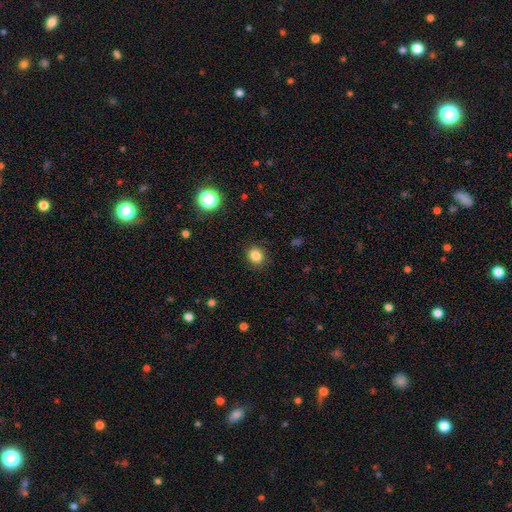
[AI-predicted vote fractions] A smooth galaxy with no disk features (84%) that is round (77%).

Vote fractions:
- Smooth or featured? smooth: 84% / star or artifact: 12% / featured or disk: 5%
- How rounded? round: 77% / in between: 22% / cigar-shaped: 1%
- Merging? none: 89% / minor disturbance: 8% / major disturbance: 2% / merger: 1%